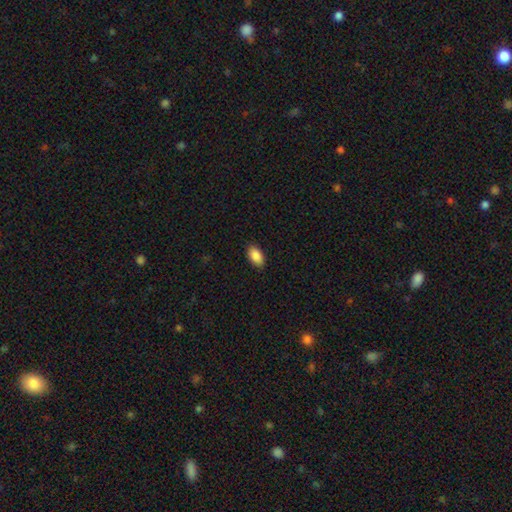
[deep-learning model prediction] Smooth or featured: smooth — 89% (star or artifact — 7%)
How rounded: in between — 94% (round — 4%)
Merging: none — 89% (minor disturbance — 8%)